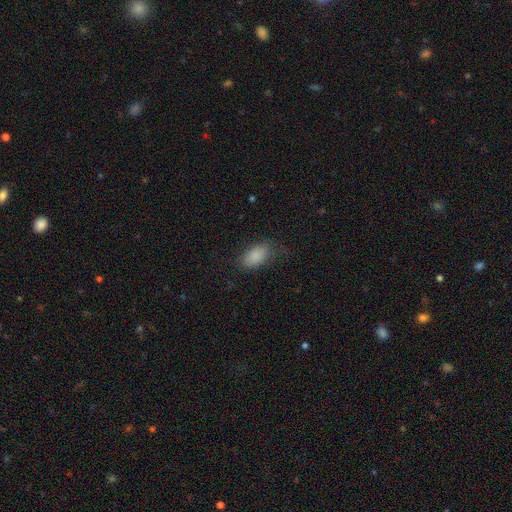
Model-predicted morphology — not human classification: smooth-or-featured: smooth: 86% | star or artifact: 7% | featured or disk: 6%
  how-rounded: in between: 92% | round: 4% | cigar-shaped: 4%
  merging: none: 71% | minor disturbance: 21% | major disturbance: 7% | merger: 1%